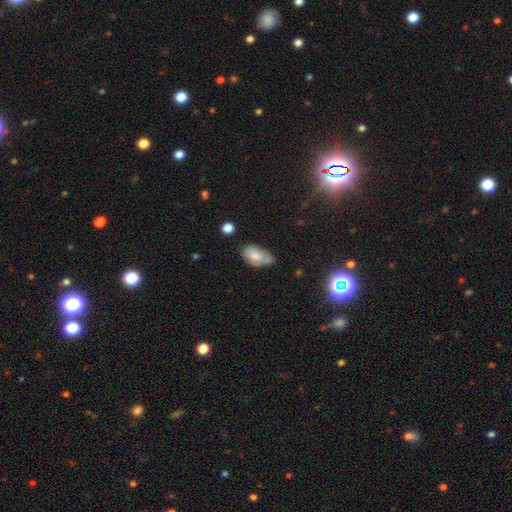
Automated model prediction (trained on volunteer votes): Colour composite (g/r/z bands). It shows a smooth galaxy with no disk features (73%) that is in between round and cigar-shaped (93%). Merging: none (49%).